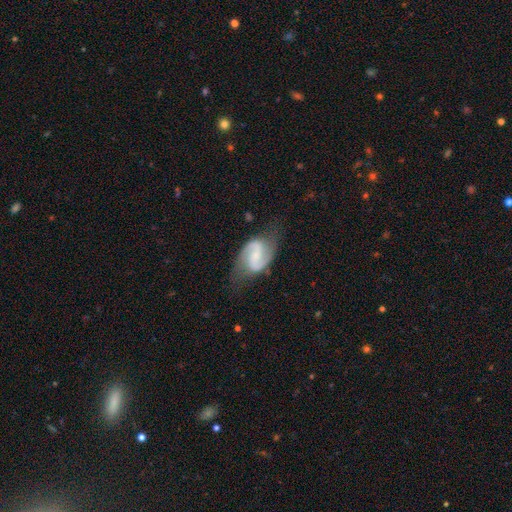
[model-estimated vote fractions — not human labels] A featured or disk galaxy (85%) with a weak bar (49%), 2 (93%) medium (48%) spiral arms (97%) and a small central bulge (42%). Merging: none (66%).